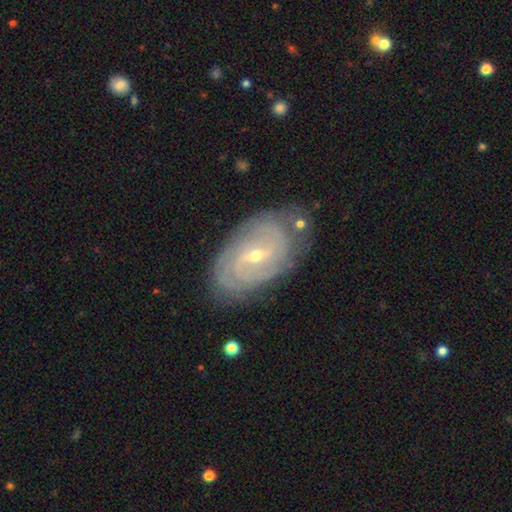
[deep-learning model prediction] This is clearly a featured or disk galaxy (86%). It is clearly not viewed edge-on (95%). Bar: possibly weak (54%). Spiral arm pattern: clearly yes (94%). Spiral arm count: marginally 2 (33%). Spiral winding: likely tight (66%). Central bulge: likely small (64%). Merging: likely none (76%).